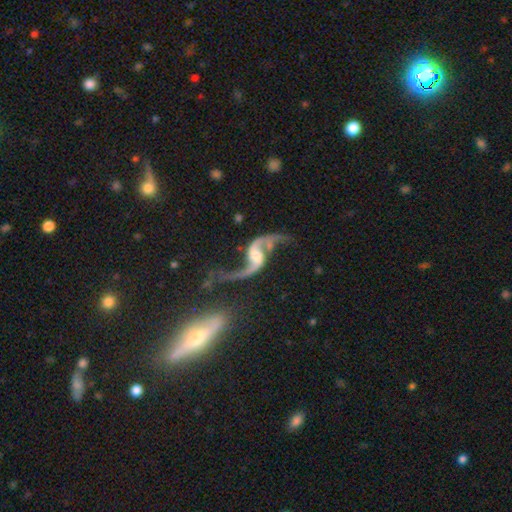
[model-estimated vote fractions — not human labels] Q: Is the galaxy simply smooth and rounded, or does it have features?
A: featured or disk — 92%.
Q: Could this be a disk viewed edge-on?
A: no — 97%.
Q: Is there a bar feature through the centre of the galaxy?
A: weak — 41%.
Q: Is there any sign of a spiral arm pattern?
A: yes — 97%.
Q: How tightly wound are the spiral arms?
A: loose — 91%.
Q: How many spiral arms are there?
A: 2 — 94%.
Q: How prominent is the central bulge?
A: moderate — 41%.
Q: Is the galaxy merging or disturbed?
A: none — 61%.